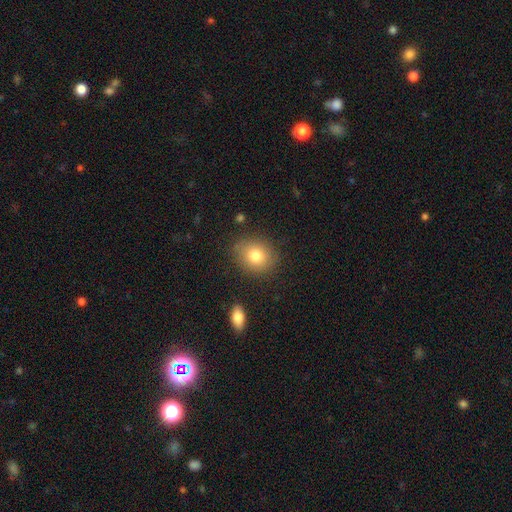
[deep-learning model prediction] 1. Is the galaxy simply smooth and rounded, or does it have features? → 81% smooth, 10% featured or disk, 10% star or artifact.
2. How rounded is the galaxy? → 64% round, 35% in between, 1% cigar-shaped.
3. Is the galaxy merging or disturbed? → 84% none, 11% minor disturbance, 3% major disturbance, 2% merger.